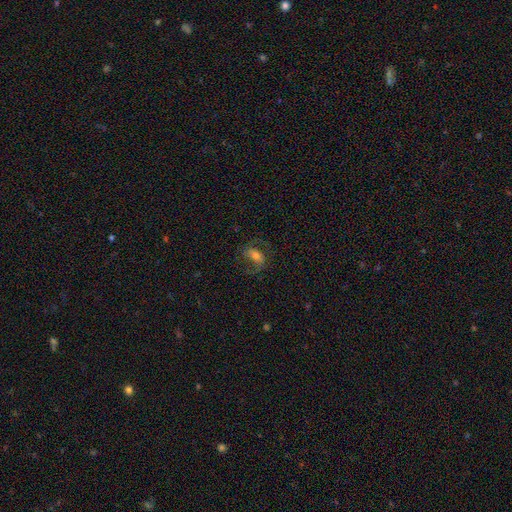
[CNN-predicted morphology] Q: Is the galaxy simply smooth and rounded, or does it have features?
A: featured or disk — 51%.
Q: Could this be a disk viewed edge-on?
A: no — 94%.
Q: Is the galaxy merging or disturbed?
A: none — 64%.